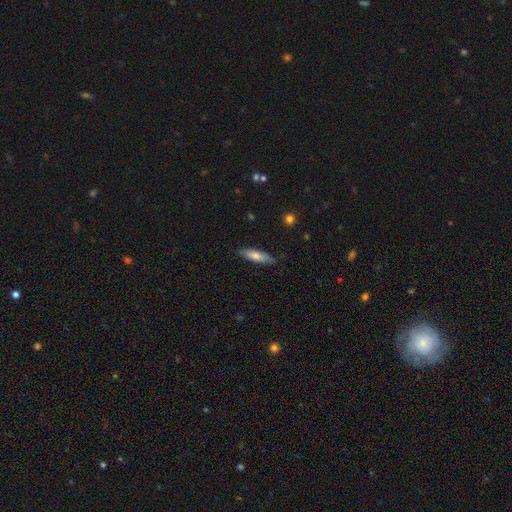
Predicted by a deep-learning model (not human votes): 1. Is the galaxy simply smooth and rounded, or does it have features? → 70% smooth, 24% featured or disk, 6% star or artifact.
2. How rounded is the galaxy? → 62% cigar-shaped, 36% in between, 2% round.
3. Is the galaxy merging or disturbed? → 82% none, 14% minor disturbance, 2% major disturbance, 1% merger.